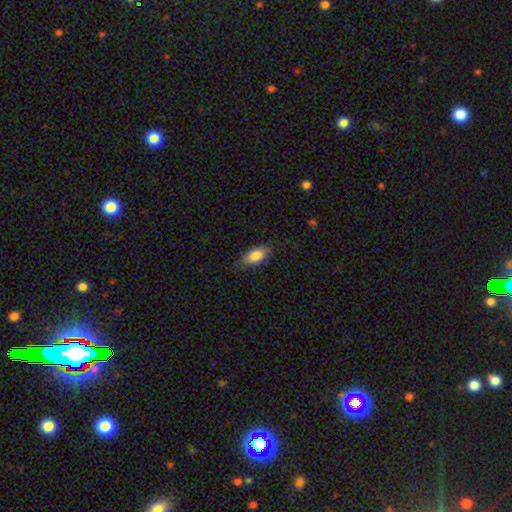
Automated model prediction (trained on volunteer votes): A smooth galaxy with no disk features (84%) that is in between round and cigar-shaped (87%).

Vote fractions:
- Smooth or featured? smooth: 84% / featured or disk: 10% / star or artifact: 7%
- How rounded? in between: 87% / cigar-shaped: 9% / round: 4%
- Merging? none: 78% / minor disturbance: 17% / major disturbance: 4% / merger: 1%